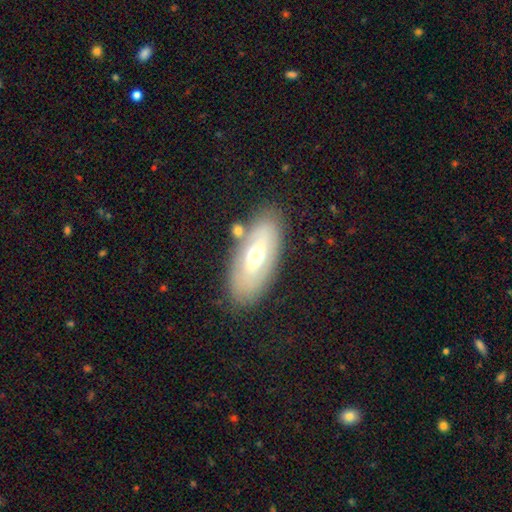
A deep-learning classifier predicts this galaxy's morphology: The model was most divided on "smooth or featured": smooth: 49%, featured or disk: 44%, star or artifact: 8%. More confident: merging — none (77%).